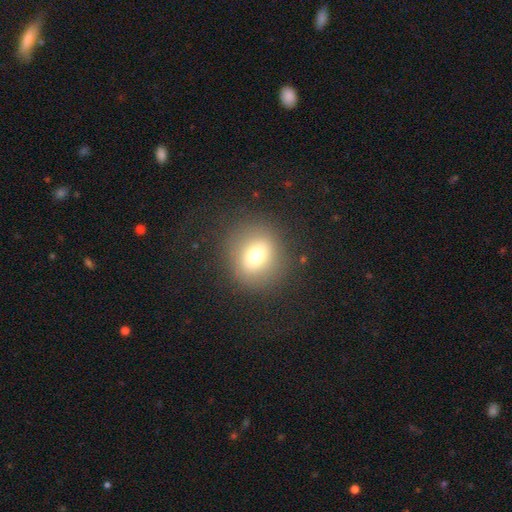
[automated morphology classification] This is likely a smooth galaxy (71%). How rounded: clearly round (85%). Merging: clearly none (85%).